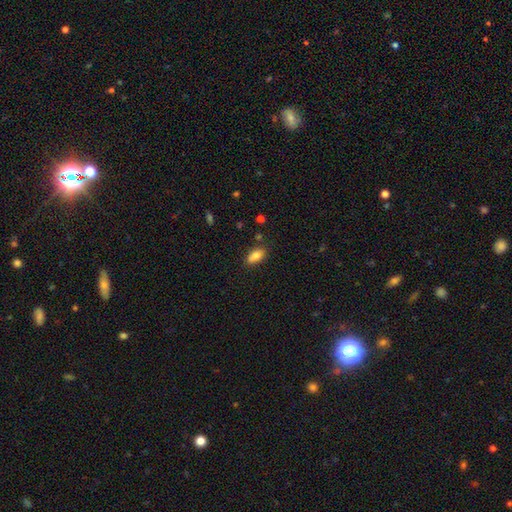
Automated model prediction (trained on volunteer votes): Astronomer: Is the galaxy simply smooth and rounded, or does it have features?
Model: smooth — 79%.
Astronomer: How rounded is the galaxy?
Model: in between — 88%.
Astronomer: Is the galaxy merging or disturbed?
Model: none — 70%.